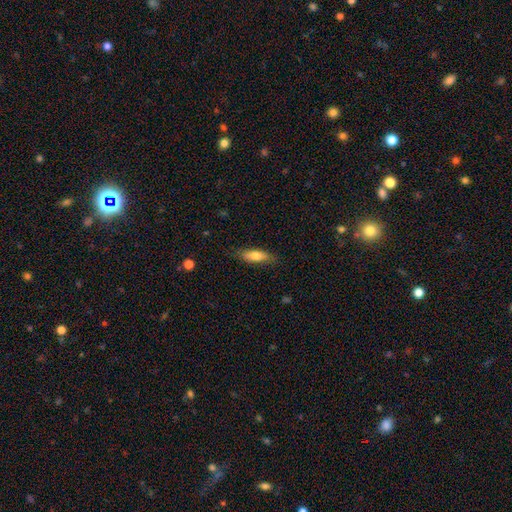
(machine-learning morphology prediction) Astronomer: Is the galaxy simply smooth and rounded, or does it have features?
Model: smooth — 71%.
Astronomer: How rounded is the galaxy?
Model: in between — 56% (runner-up: cigar-shaped, 42%).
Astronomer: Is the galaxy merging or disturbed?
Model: none — 80%.